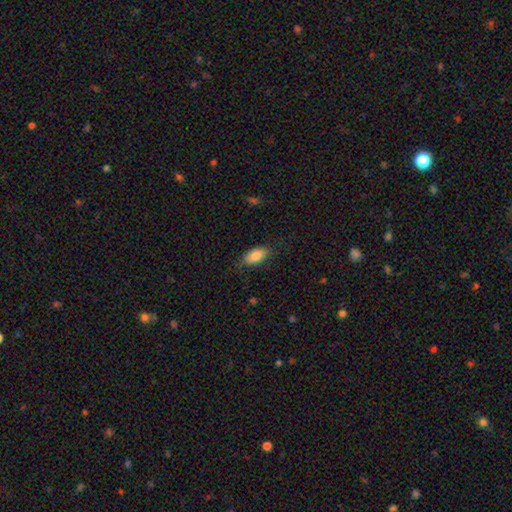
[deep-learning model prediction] Q: Smooth or featured?
A: smooth (84%); runner-up: featured or disk (9%)
Q: How rounded?
A: in between (90%); runner-up: cigar-shaped (7%)
Q: Merging?
A: none (75%); runner-up: minor disturbance (18%)